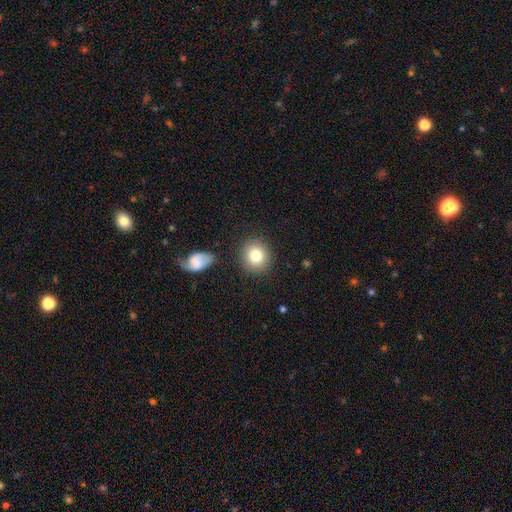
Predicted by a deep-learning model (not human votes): This is clearly a smooth galaxy (82%). How rounded: clearly round (87%). Merging: clearly none (86%).